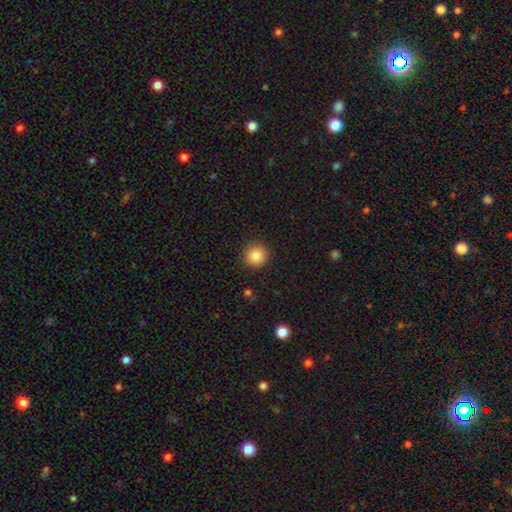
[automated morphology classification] type=smooth (86%); roundness=round (94%); merging=none (91%).